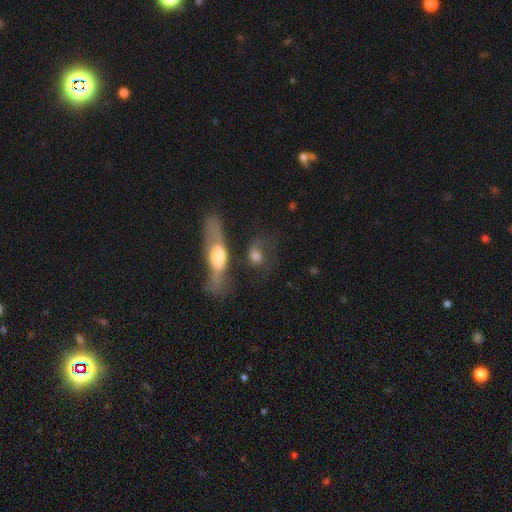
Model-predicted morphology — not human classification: Smooth or featured?
  - smooth: 46% *
  - featured or disk: 42%
  - star or artifact: 12%
Merging?
  - none: 39% *
  - merger: 22%
  - major disturbance: 22%
  - minor disturbance: 16%